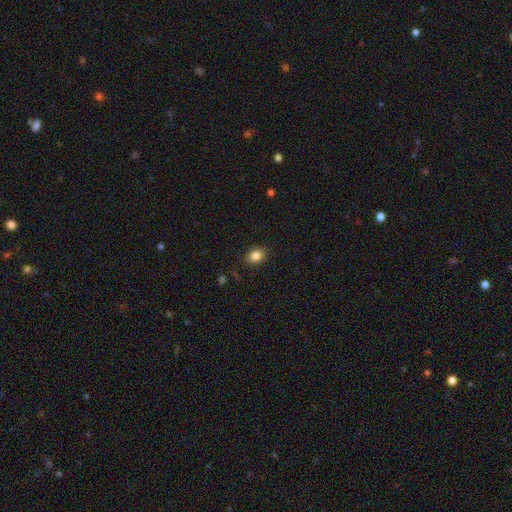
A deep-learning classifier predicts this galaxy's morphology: Smooth or featured?
  - smooth: 84% *
  - star or artifact: 10%
  - featured or disk: 6%
How rounded?
  - in between: 67% *
  - round: 32%
  - cigar-shaped: 1%
Merging?
  - none: 87% *
  - minor disturbance: 10%
  - major disturbance: 2%
  - merger: 1%